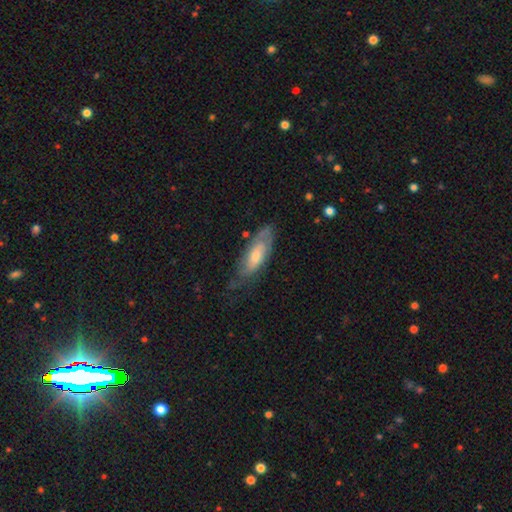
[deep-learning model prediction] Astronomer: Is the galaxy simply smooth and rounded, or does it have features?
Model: featured or disk — 58% (runner-up: smooth, 35%).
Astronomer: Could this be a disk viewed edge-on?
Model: no — 79%.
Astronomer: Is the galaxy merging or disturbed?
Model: none — 62%.